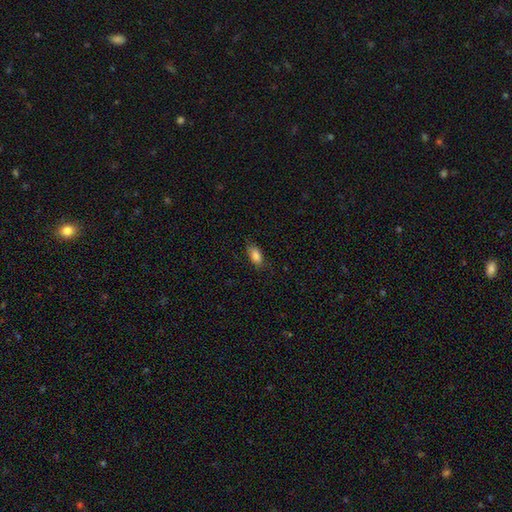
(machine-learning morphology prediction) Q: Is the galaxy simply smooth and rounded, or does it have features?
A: smooth — 84%.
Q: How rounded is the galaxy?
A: in between — 86%.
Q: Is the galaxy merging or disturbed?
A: none — 77%.